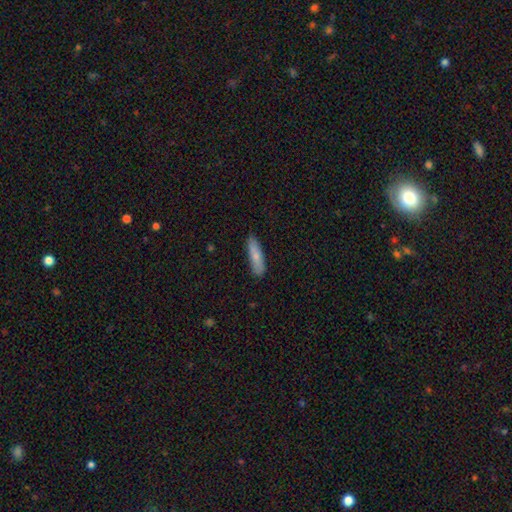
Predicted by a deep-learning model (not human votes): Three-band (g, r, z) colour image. It shows a smooth galaxy with no disk features (76%) that is cigar-shaped (65%). Merging: none (84%).